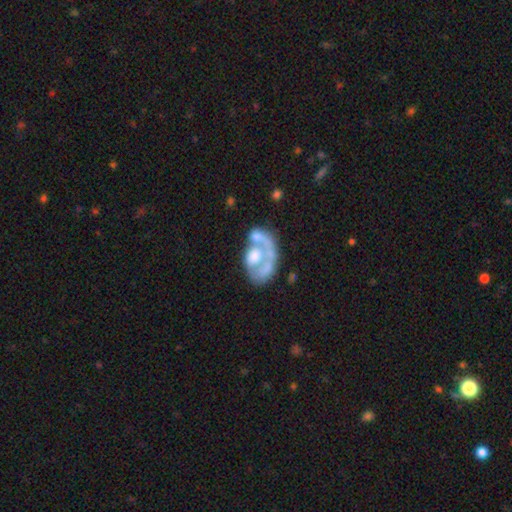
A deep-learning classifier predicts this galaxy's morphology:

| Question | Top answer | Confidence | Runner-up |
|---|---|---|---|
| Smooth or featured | featured or disk | 63% | smooth (29%) |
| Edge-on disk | no | 97% | yes (3%) |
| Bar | no | 89% | weak (8%) |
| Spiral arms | no | 69% | yes (31%) |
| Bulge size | moderate | 37% | none (26%) |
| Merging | none | 34% | major disturbance (27%) |